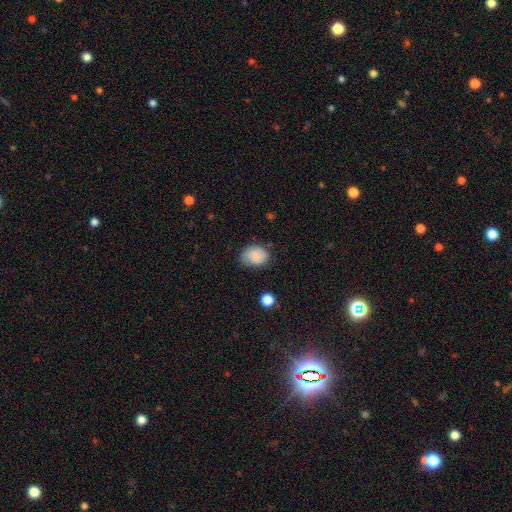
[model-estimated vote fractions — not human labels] Smooth or featured: smooth — 82% (featured or disk — 9%)
How rounded: in between — 54% (round — 45%)
Merging: none — 71% (minor disturbance — 22%)